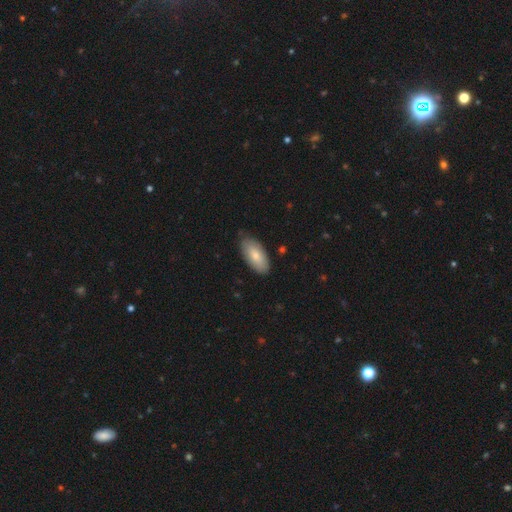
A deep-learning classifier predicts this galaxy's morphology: Q: Smooth or featured?
A: smooth (77%); runner-up: featured or disk (17%)
Q: How rounded?
A: in between (92%); runner-up: cigar-shaped (6%)
Q: Merging?
A: none (79%); runner-up: minor disturbance (17%)